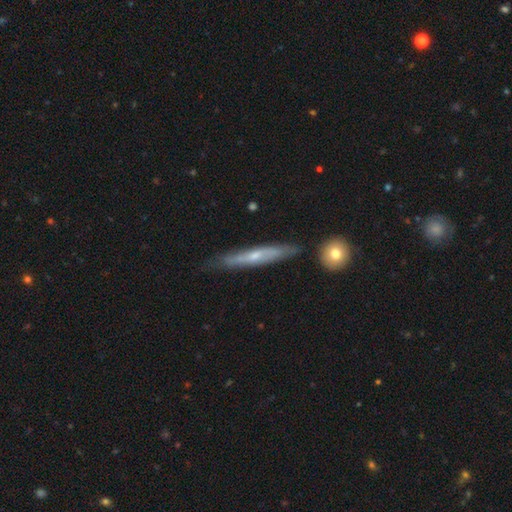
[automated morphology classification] The model was most divided on "smooth or featured": featured or disk: 59%, smooth: 35%, star or artifact: 6%. More confident: edge-on disk — yes (83%); merging — none (76%).